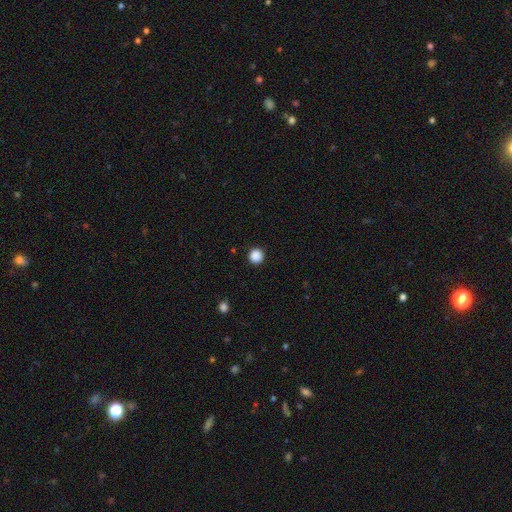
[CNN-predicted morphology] Smooth or featured? Predicted: smooth (p=0.88). How rounded? Predicted: round (p=0.95). Merging? Predicted: none (p=0.93).